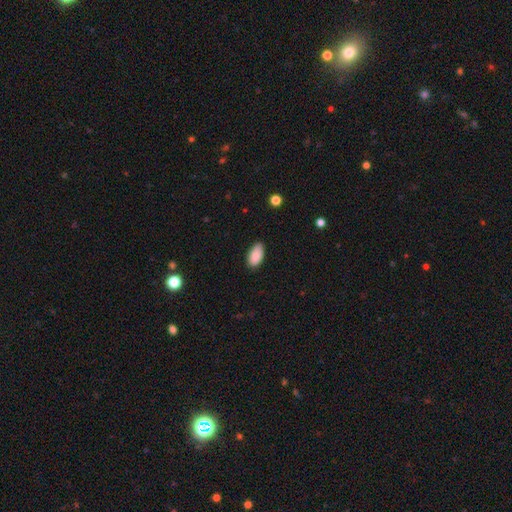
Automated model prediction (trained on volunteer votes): The model was most divided on "merging": none: 82%, minor disturbance: 14%, major disturbance: 2%, merger: 1%. More confident: how rounded — in between (94%); smooth or featured — smooth (88%).